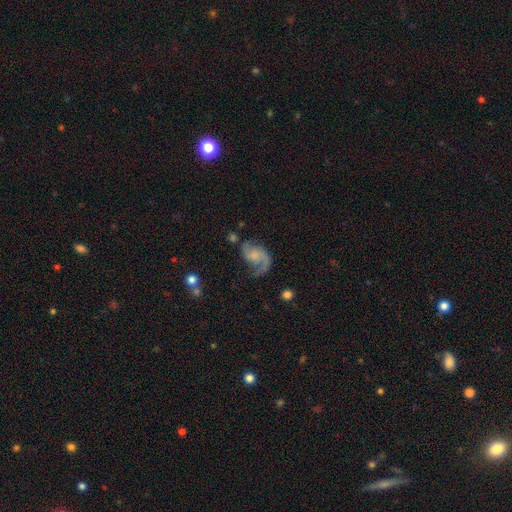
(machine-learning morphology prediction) Smooth or featured? Predicted: featured or disk (p=0.83). Edge-on disk? Predicted: no (p=0.98). Bar? Predicted: no (p=0.61). Spiral arms? Predicted: yes (p=0.96). Spiral winding? Predicted: loose (p=0.52). Spiral arm count? Predicted: 2 (p=0.82). Bulge size? Predicted: small (p=0.35). Merging? Predicted: none (p=0.58).